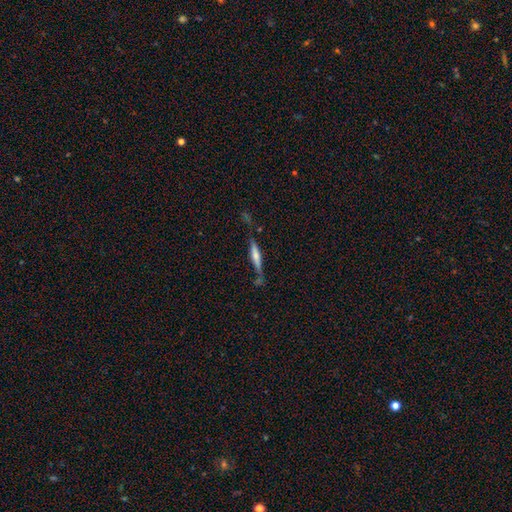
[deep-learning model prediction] Morphology: type=featured or disk (47%); merging=none (64%).